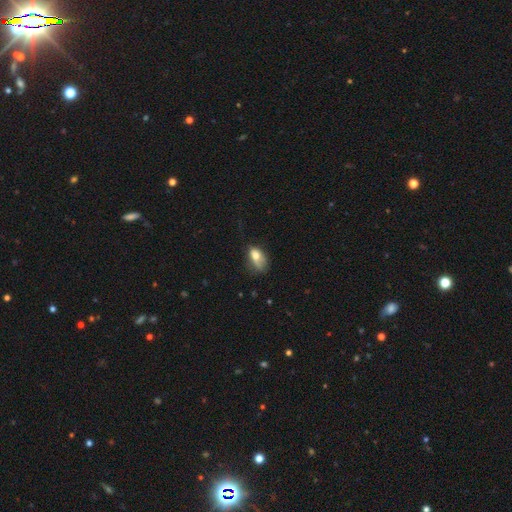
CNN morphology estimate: Smooth or featured?
  - smooth: 71% *
  - featured or disk: 20%
  - star or artifact: 9%
How rounded?
  - in between: 86% *
  - round: 10%
  - cigar-shaped: 4%
Merging?
  - minor disturbance: 37% *
  - none: 32%
  - major disturbance: 27%
  - merger: 4%